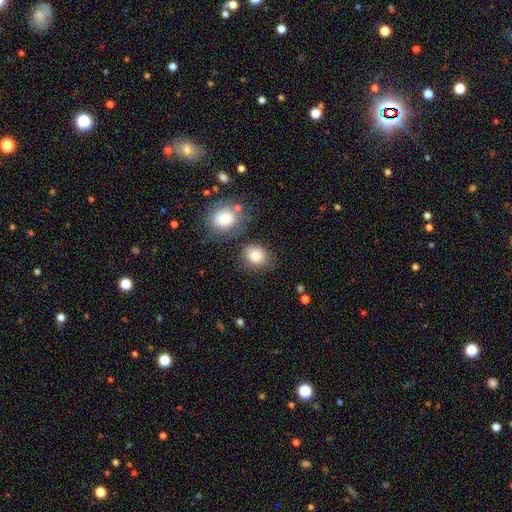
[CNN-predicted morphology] Smooth or featured? Predicted: smooth (p=0.82). How rounded? Predicted: round (p=0.65). Merging? Predicted: none (p=0.71).